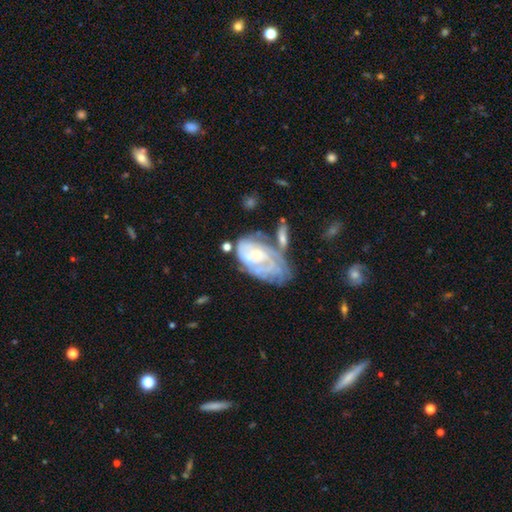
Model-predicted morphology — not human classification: This is likely a featured or disk galaxy (75%). It is clearly not viewed edge-on (95%). Bar: likely no (74%). Spiral arm pattern: clearly yes (83%). Spiral arm count: possibly can't tell (58%). Spiral winding: likely tight (69%). Central bulge: likely small (70%). Merging: marginally none (35%).